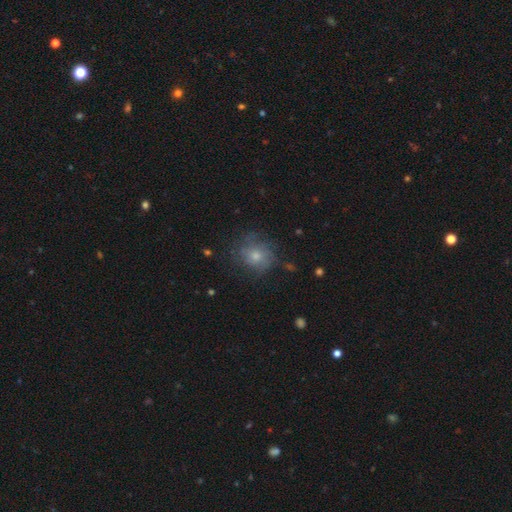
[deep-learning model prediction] Smooth or featured?
  - smooth: 54% *
  - featured or disk: 28%
  - star or artifact: 17%
How rounded?
  - round: 79% *
  - in between: 20%
  - cigar-shaped: 1%
Merging?
  - none: 71% *
  - minor disturbance: 19%
  - major disturbance: 9%
  - merger: 2%